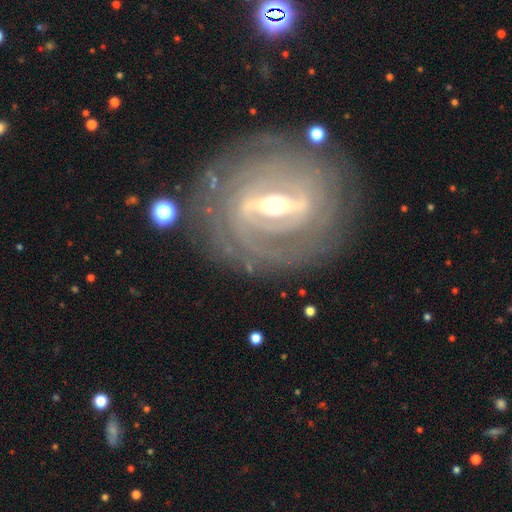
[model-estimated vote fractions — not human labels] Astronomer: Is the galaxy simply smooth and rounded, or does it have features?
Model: featured or disk — 89%.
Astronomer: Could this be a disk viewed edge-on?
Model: no — 87%.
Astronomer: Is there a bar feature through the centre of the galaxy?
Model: strong — 77%.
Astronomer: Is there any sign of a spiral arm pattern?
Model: yes — 90%.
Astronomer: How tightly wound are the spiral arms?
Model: tight — 77%.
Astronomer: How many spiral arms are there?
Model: can't tell — 35% (runner-up: 2, 23%).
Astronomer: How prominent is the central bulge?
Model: moderate — 63%.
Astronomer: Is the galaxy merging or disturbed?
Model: none — 80%.